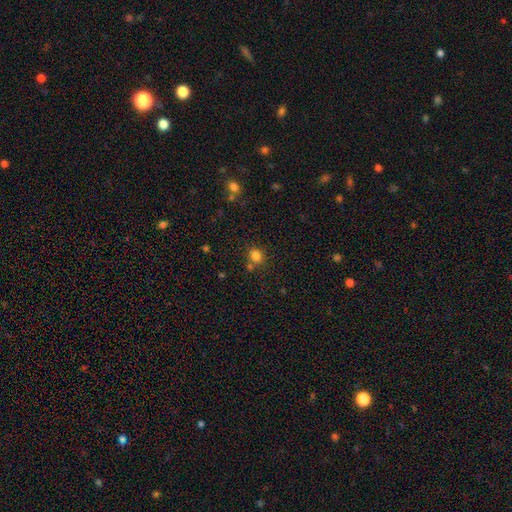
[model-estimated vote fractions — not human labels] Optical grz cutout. It shows a smooth galaxy with no disk features (80%) that is round (73%). Merging: none (68%).